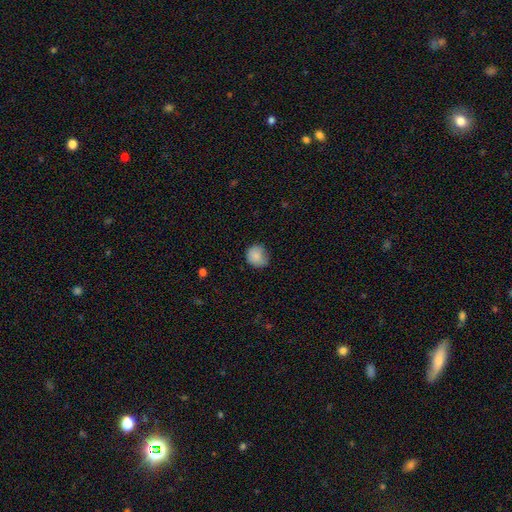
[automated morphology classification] The model was most divided on "merging": none: 59%, minor disturbance: 33%, major disturbance: 7%, merger: 1%. More confident: smooth or featured — smooth (84%); how rounded — round (77%).